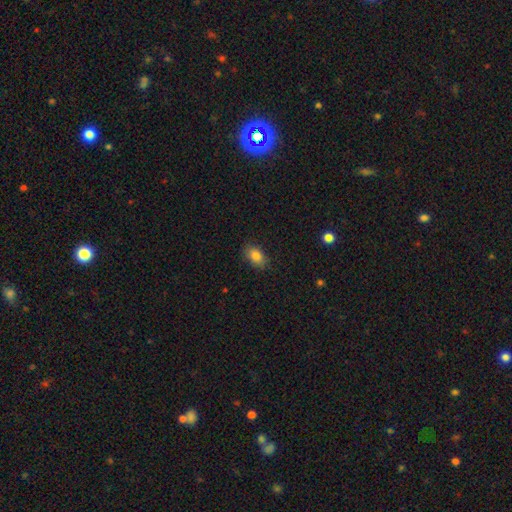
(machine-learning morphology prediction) A smooth galaxy with no disk features (84%) that is in between round and cigar-shaped (85%).

Vote fractions:
- Smooth or featured? smooth: 84% / star or artifact: 9% / featured or disk: 7%
- How rounded? in between: 85% / round: 14% / cigar-shaped: 2%
- Merging? none: 85% / minor disturbance: 12% / major disturbance: 2% / merger: 1%